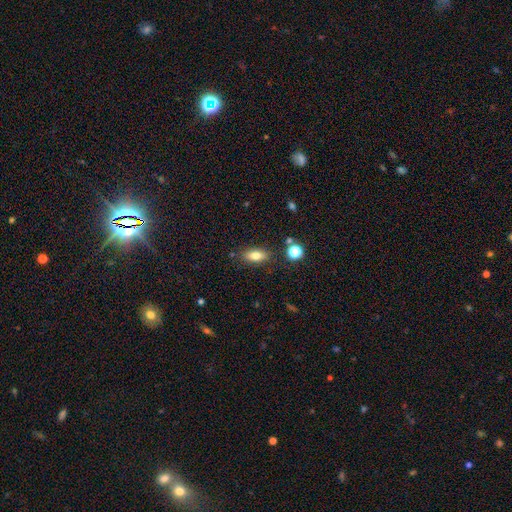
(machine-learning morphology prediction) type=smooth (75%); roundness=in between (79%); merging=none (82%).